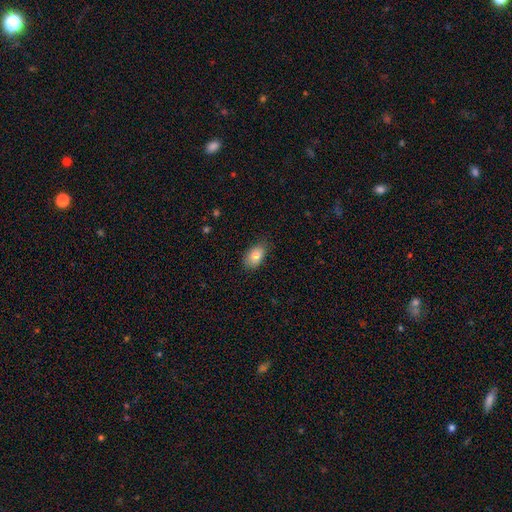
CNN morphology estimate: Smooth or featured? smooth (85%)
How rounded? in between (91%)
Merging? none (78%)